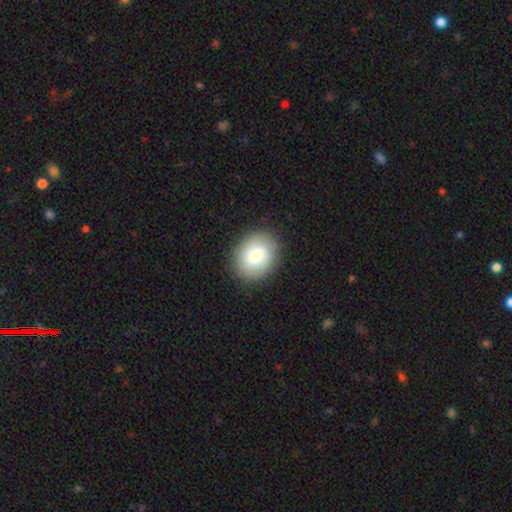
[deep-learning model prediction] smooth_or_featured: smooth (p=0.76) [alt: featured or disk p=0.16]
how_rounded: round (p=0.56) [alt: in between p=0.43]
merging: none (p=0.86) [alt: minor disturbance p=0.10]